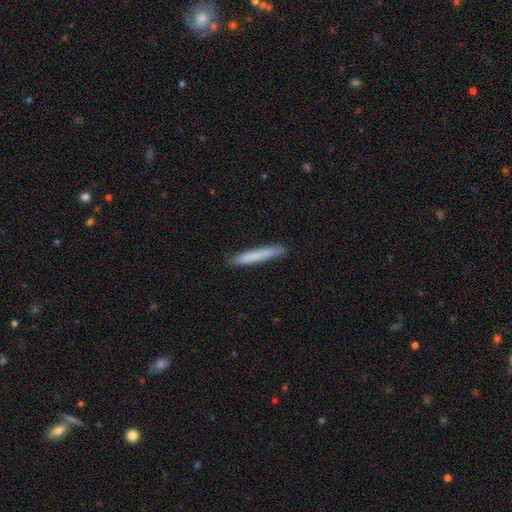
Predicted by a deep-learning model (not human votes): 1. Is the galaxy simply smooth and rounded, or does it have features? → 76% smooth, 18% featured or disk, 6% star or artifact.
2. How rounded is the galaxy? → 96% cigar-shaped, 3% in between, 1% round.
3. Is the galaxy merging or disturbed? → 88% none, 9% minor disturbance, 2% major disturbance, 1% merger.